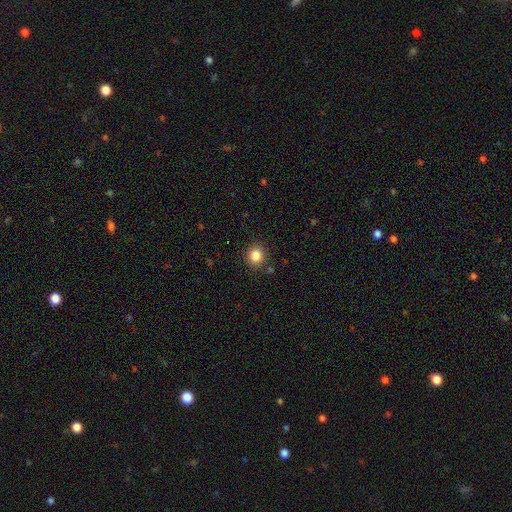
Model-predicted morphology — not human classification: type=smooth (84%); roundness=round (83%); merging=none (87%).